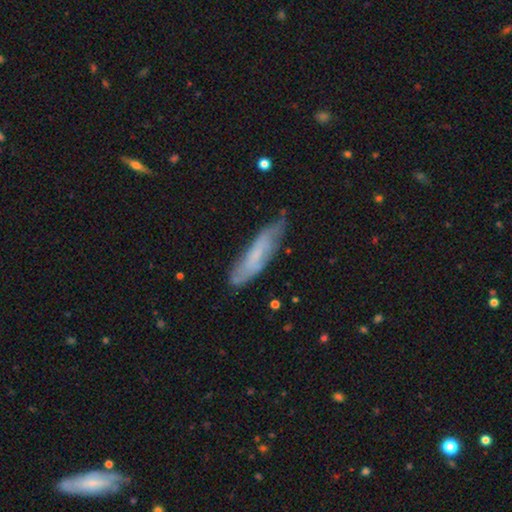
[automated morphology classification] Smooth or featured: smooth — 51% (featured or disk — 41%)
How rounded: cigar-shaped — 75% (in between — 24%)
Merging: none — 66% (minor disturbance — 26%)